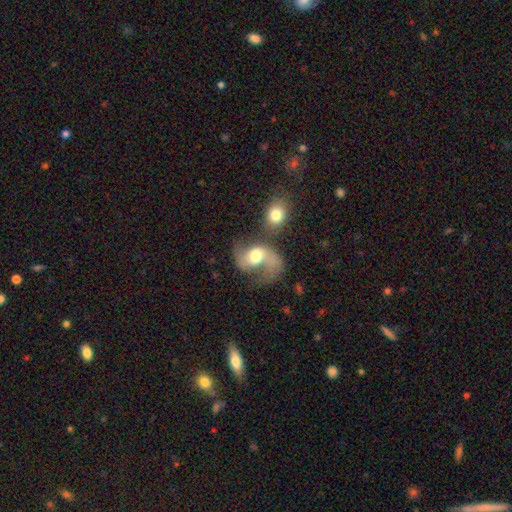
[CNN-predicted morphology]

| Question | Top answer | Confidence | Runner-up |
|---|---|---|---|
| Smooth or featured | featured or disk | 73% | smooth (20%) |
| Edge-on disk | no | 97% | yes (3%) |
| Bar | no | 49% | weak (37%) |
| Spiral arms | yes | 88% | no (12%) |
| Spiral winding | loose | 61% | medium (33%) |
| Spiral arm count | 2 | 79% | 1 (14%) |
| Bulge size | moderate | 64% | large (24%) |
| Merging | merger | 35% | none (29%) |